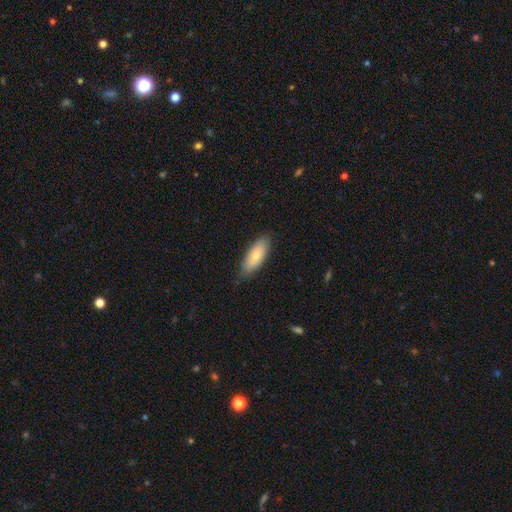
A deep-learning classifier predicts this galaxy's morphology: Q: Smooth or featured?
A: smooth (77%); runner-up: featured or disk (17%)
Q: How rounded?
A: in between (76%); runner-up: cigar-shaped (22%)
Q: Merging?
A: none (81%); runner-up: minor disturbance (15%)